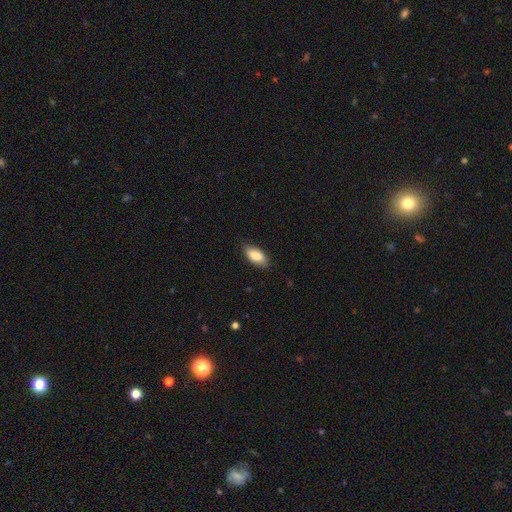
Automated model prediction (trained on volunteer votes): smooth-or-featured: smooth: 87% | featured or disk: 7% | star or artifact: 6%
  how-rounded: in between: 89% | cigar-shaped: 9% | round: 2%
  merging: none: 80% | minor disturbance: 16% | major disturbance: 3% | merger: 1%